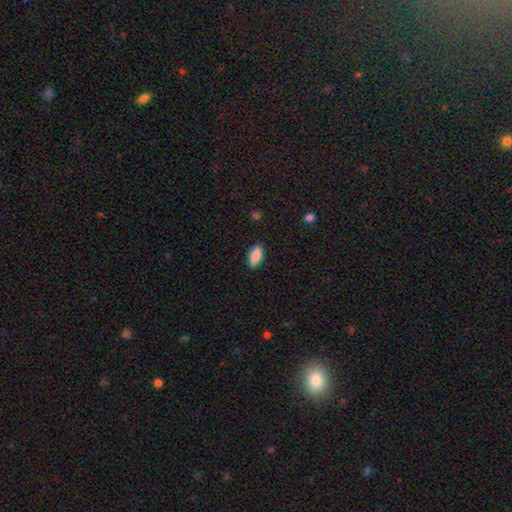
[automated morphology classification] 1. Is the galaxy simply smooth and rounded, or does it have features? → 87% smooth, 7% star or artifact, 6% featured or disk.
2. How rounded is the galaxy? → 86% in between, 11% cigar-shaped, 3% round.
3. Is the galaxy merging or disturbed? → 88% none, 9% minor disturbance, 2% major disturbance, 1% merger.